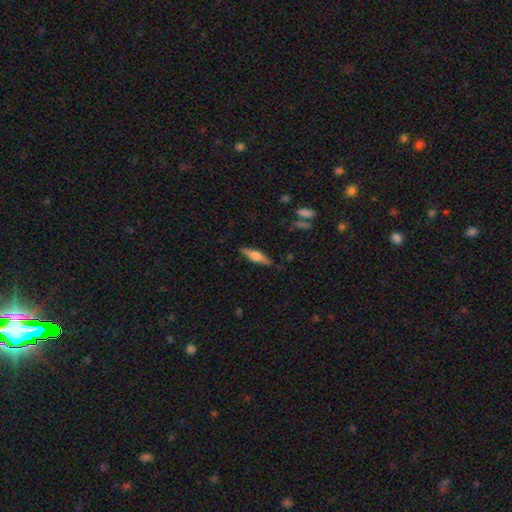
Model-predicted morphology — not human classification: Q: Smooth or featured?
A: featured or disk (54%); runner-up: smooth (40%)
Q: Edge-on disk?
A: yes (95%); runner-up: no (5%)
Q: Edge-on bulge?
A: rounded (88%); runner-up: boxy (9%)
Q: Merging?
A: none (87%); runner-up: minor disturbance (9%)